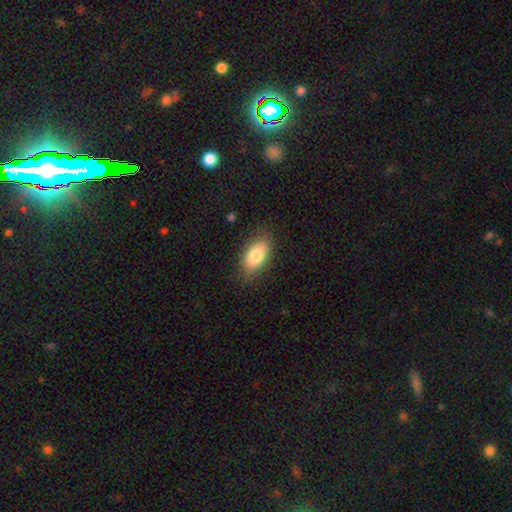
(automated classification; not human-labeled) Q: Smooth or featured?
A: smooth (81%); runner-up: featured or disk (13%)
Q: How rounded?
A: in between (92%); runner-up: round (5%)
Q: Merging?
A: none (82%); runner-up: minor disturbance (14%)